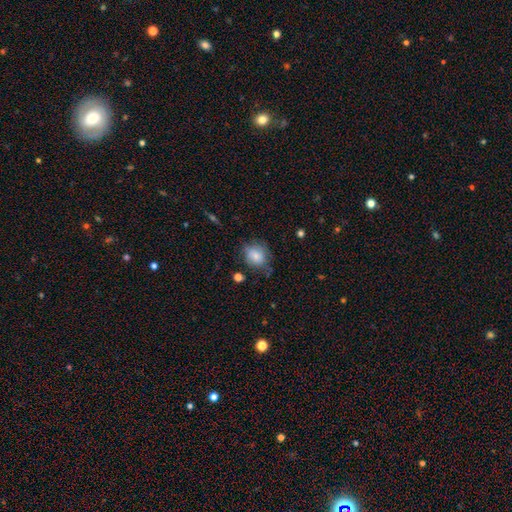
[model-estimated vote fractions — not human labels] Smooth or featured: smooth — 76% (featured or disk — 15%)
How rounded: round — 59% (in between — 40%)
Merging: none — 58% (minor disturbance — 29%)